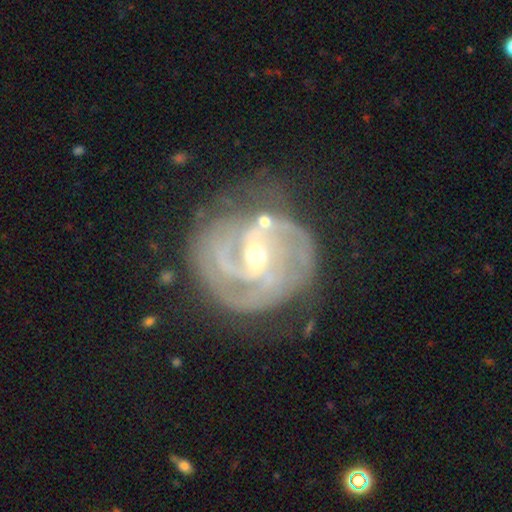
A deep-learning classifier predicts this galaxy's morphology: A featured or disk galaxy (90%) with a weak bar (47%), 2 (44%) tight (57%) spiral arms (97%) and a small central bulge (50%). Merging: none (63%).